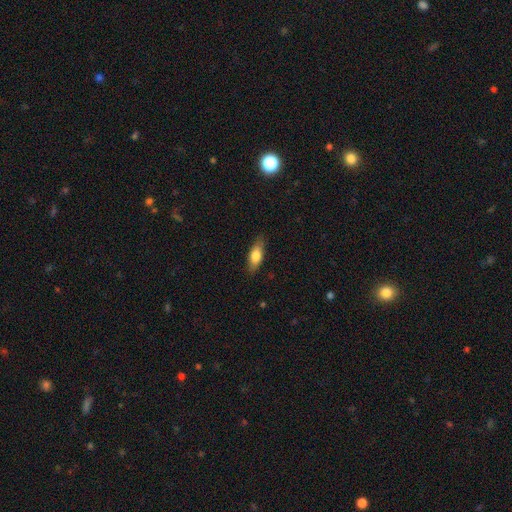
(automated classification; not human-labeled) Smooth or featured? Predicted: smooth (p=0.74). How rounded? Predicted: in between (p=0.70). Merging? Predicted: none (p=0.84).